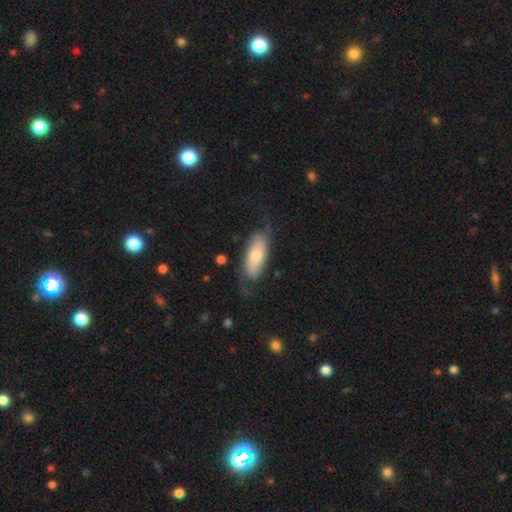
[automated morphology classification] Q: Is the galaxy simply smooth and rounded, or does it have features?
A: smooth — 57%.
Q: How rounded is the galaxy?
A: in between — 80%.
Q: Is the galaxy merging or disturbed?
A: none — 62%.